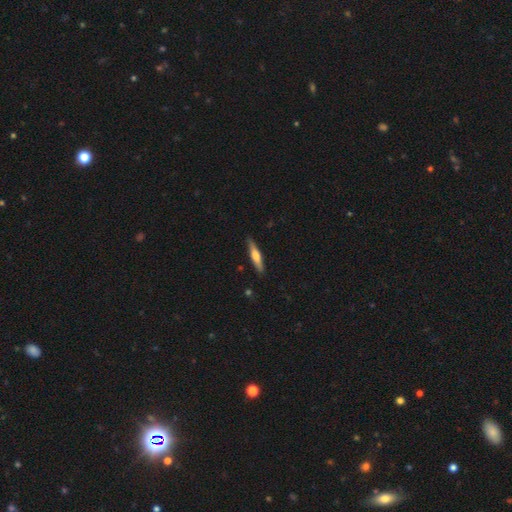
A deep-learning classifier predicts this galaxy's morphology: smooth 53%, featured or disk 41%, star or artifact 5%. Down the decision tree: how rounded — cigar-shaped (87%); merging — none (87%).